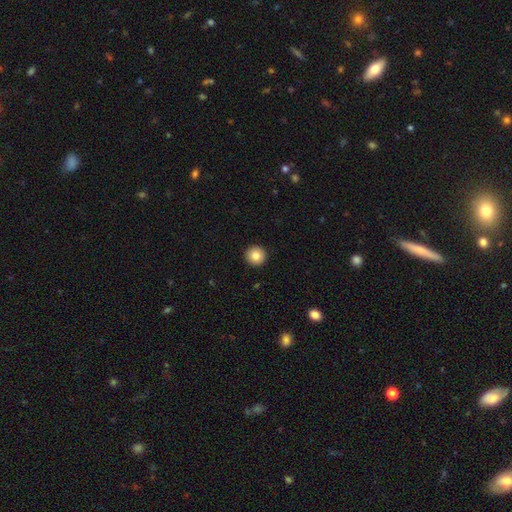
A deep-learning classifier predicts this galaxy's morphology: type=smooth (83%); roundness=round (96%); merging=none (94%).